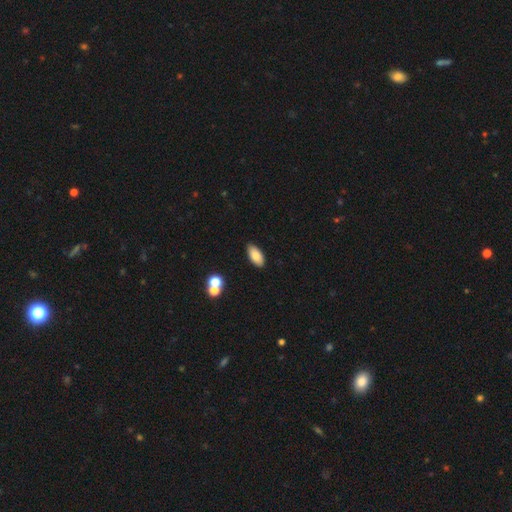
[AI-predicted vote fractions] smooth 82%, featured or disk 10%, star or artifact 8%. Down the decision tree: how rounded — in between (91%); merging — none (86%).